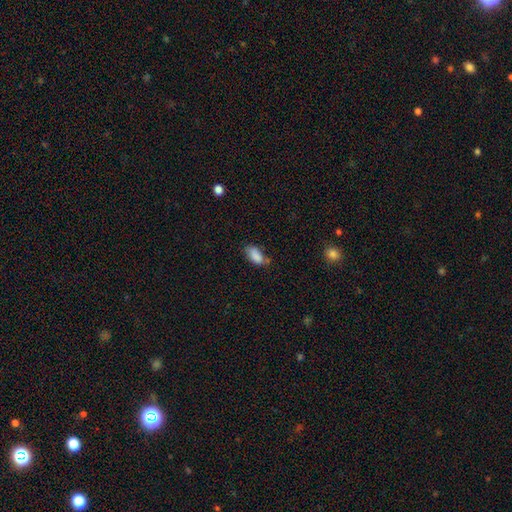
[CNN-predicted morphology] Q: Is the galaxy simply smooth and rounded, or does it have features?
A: smooth — 85%.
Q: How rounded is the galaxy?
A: in between — 91%.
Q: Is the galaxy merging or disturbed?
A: none — 55%.